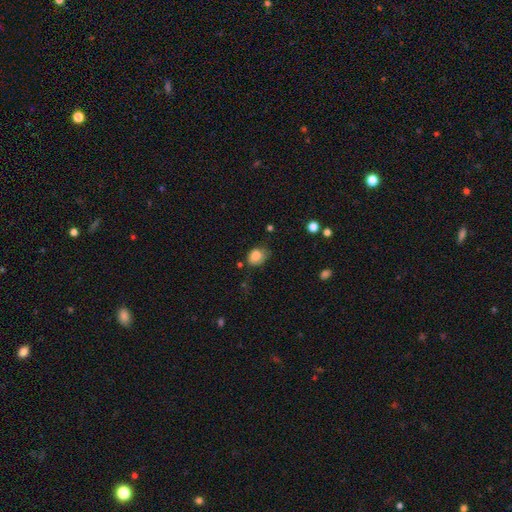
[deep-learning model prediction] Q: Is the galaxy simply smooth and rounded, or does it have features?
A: smooth — 82%.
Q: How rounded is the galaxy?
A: round — 51%.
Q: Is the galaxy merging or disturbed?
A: none — 56%.